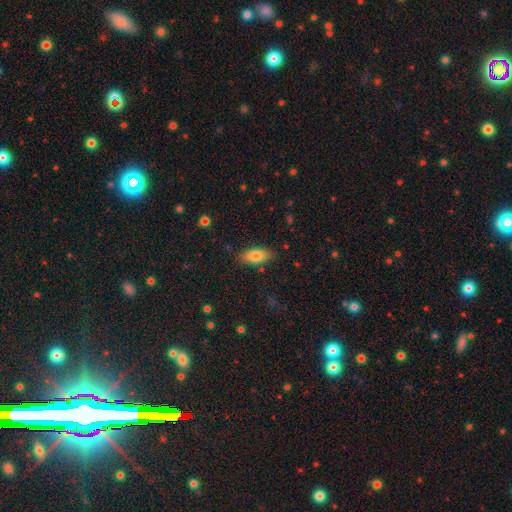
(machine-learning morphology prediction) A smooth galaxy with no disk features (80%) that is in between round and cigar-shaped (88%). Merging: none (84%).